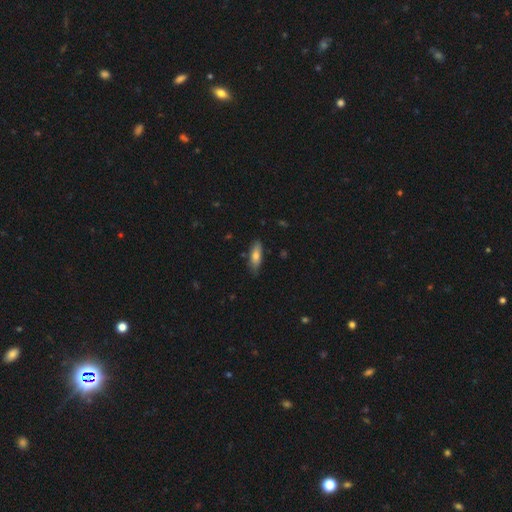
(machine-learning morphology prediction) This appears to be a smooth galaxy with no disk features (73%) that is in between round and cigar-shaped (60%). Merging: none (80%).